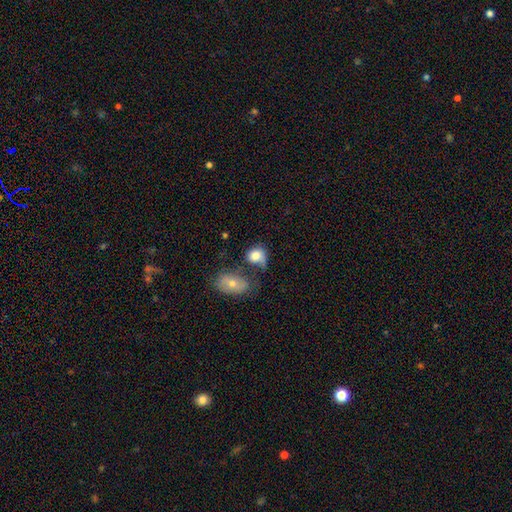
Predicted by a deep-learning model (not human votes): A smooth galaxy with no disk features (79%) that is round (53%). Merging: none (36%).